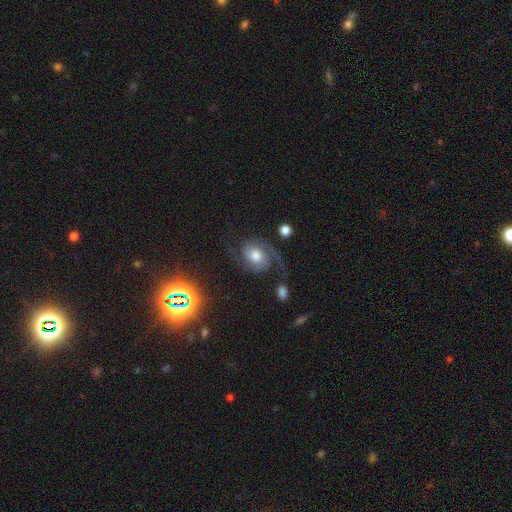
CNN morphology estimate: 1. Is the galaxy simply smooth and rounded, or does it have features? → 80% featured or disk, 13% smooth, 8% star or artifact.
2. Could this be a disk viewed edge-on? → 98% no, 2% yes.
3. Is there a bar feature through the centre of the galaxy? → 73% no, 23% weak, 4% strong.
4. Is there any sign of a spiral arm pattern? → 96% yes, 4% no.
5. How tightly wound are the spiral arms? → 46% medium, 37% loose, 17% tight.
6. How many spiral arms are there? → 88% 2, 5% 1, 3% can't tell, 2% 3, 1% 4, 1% more than 4.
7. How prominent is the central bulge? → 56% moderate, 29% large, 9% small, 4% dominant, 3% none.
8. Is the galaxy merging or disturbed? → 61% none, 18% major disturbance, 17% minor disturbance, 4% merger.